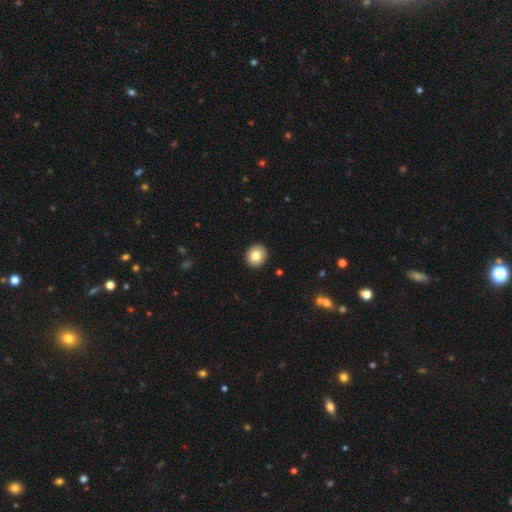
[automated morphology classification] This appears to be a smooth galaxy with no disk features (81%) that is round (85%). Merging: none (93%).